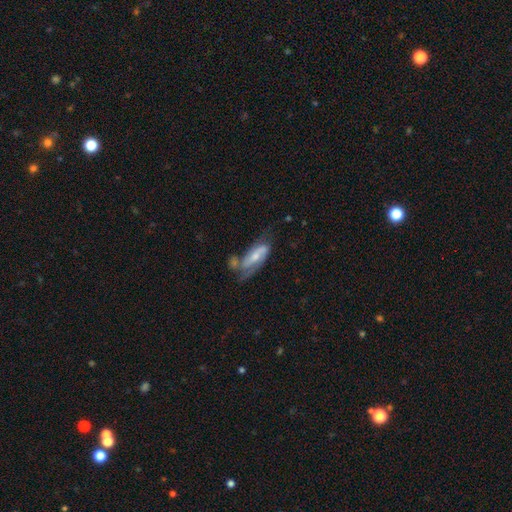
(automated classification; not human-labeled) A featured or disk galaxy (57%).

Vote fractions:
- Smooth or featured? featured or disk: 57% / smooth: 36% / star or artifact: 7%
- Edge-on disk? no: 84% / yes: 16%
- Merging? none: 35% / minor disturbance: 25% / merger: 22% / major disturbance: 19%